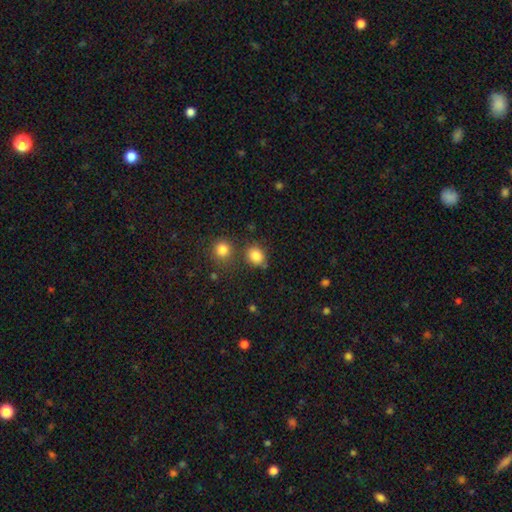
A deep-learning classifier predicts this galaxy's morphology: Overall: smooth (84%). How rounded: round (53%; in between 46%). Merging: none (68%).